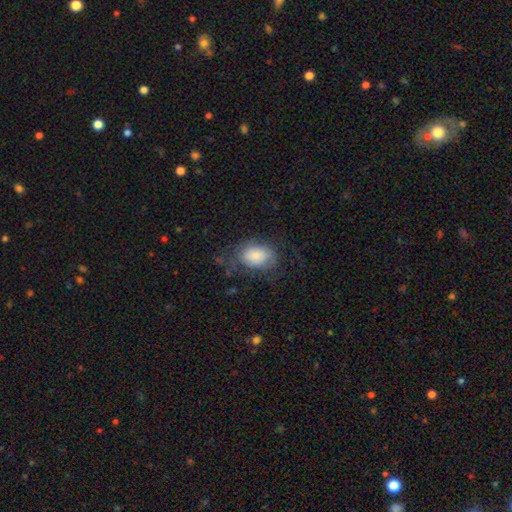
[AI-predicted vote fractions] Smooth or featured? smooth (71%)
How rounded? in between (83%)
Merging? none (50%)